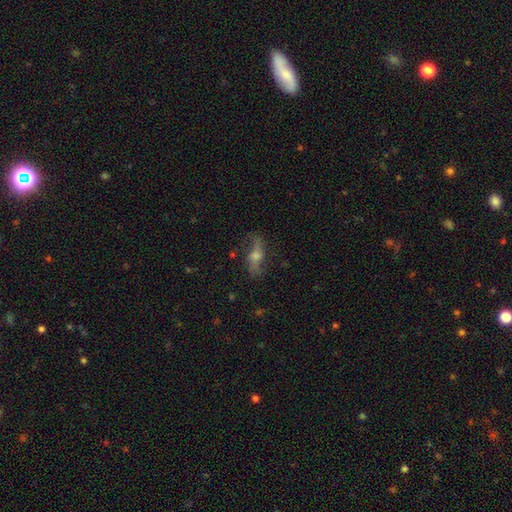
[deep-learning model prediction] smooth_or_featured: featured or disk (p=0.67) [alt: smooth p=0.22]
disk_edge_on: no (p=0.71) [alt: yes p=0.29]
merging: none (p=0.74) [alt: minor disturbance p=0.16]